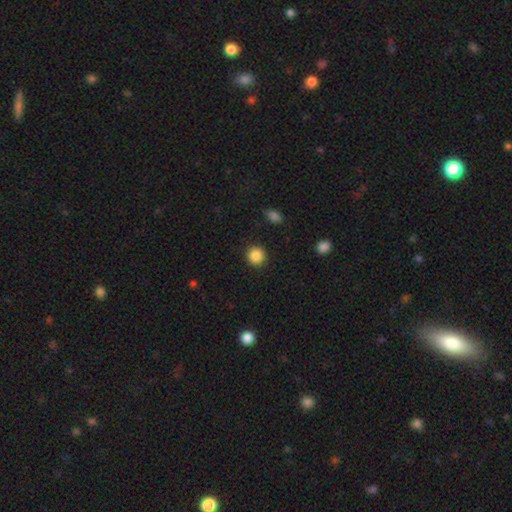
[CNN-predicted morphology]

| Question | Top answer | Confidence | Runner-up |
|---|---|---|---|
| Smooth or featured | smooth | 87% | star or artifact (10%) |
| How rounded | round | 93% | in between (6%) |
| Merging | none | 91% | minor disturbance (5%) |